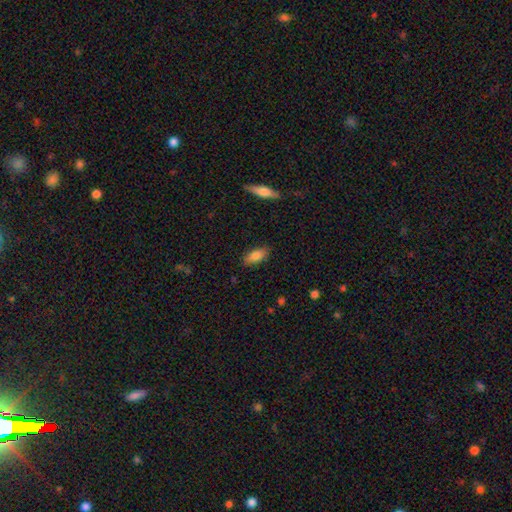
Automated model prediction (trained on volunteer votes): Smooth or featured? smooth (80%)
How rounded? in between (81%)
Merging? none (86%)